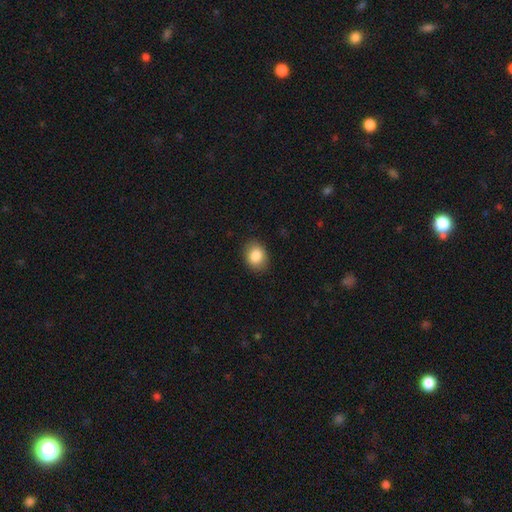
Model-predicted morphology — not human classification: A smooth galaxy with no disk features (86%) that is in between round and cigar-shaped (56%).

Vote fractions:
- Smooth or featured? smooth: 86% / star or artifact: 8% / featured or disk: 6%
- How rounded? in between: 56% / round: 43% / cigar-shaped: 1%
- Merging? none: 87% / minor disturbance: 10% / major disturbance: 2% / merger: 1%